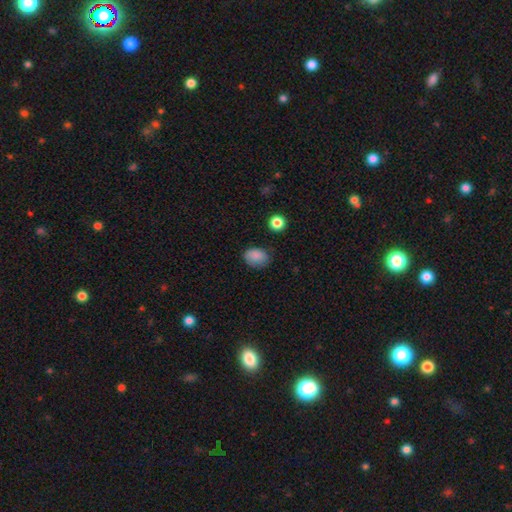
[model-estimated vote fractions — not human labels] Overall: smooth (86%). How rounded: in between (70%). Merging: none (73%).